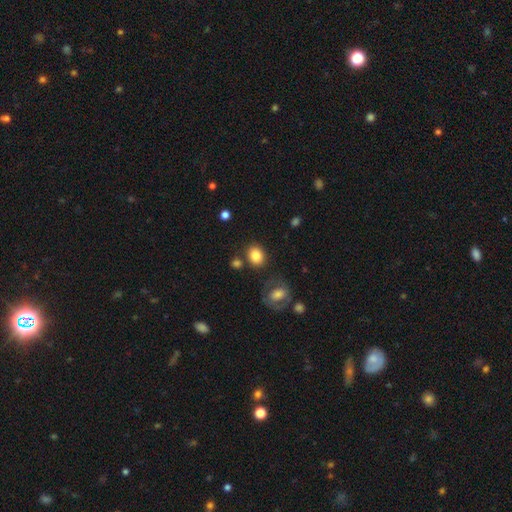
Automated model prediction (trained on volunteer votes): A smooth galaxy with no disk features (84%) that is round (56%).

Vote fractions:
- Smooth or featured? smooth: 84% / star or artifact: 9% / featured or disk: 7%
- How rounded? round: 56% / in between: 43% / cigar-shaped: 1%
- Merging? none: 76% / minor disturbance: 12% / merger: 8% / major disturbance: 4%